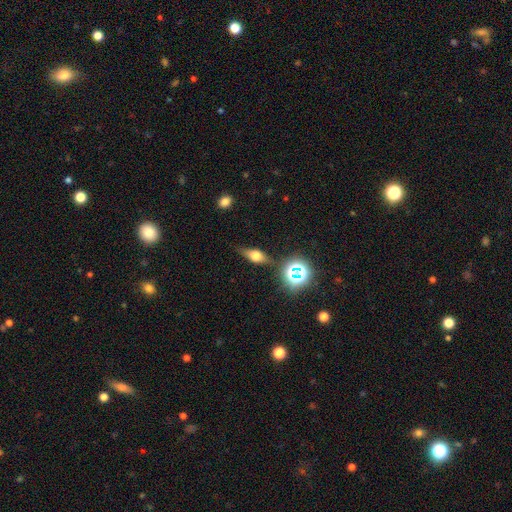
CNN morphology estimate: Q: Smooth or featured?
A: featured or disk (47%); runner-up: smooth (37%)
Q: Merging?
A: none (77%); runner-up: minor disturbance (15%)